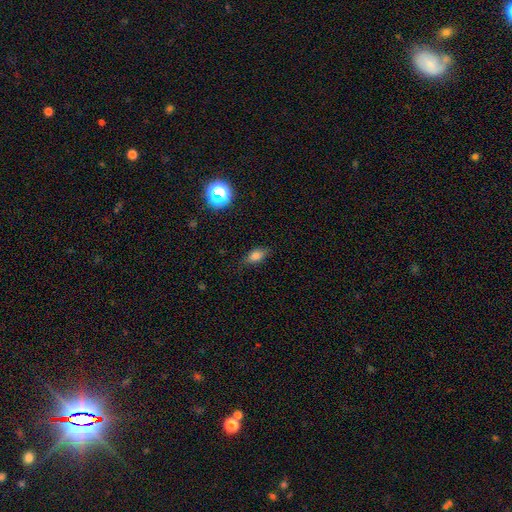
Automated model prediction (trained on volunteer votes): smooth-or-featured: smooth: 78% | star or artifact: 12% | featured or disk: 9%
  how-rounded: in between: 83% | round: 10% | cigar-shaped: 7%
  merging: none: 77% | minor disturbance: 17% | major disturbance: 4% | merger: 1%